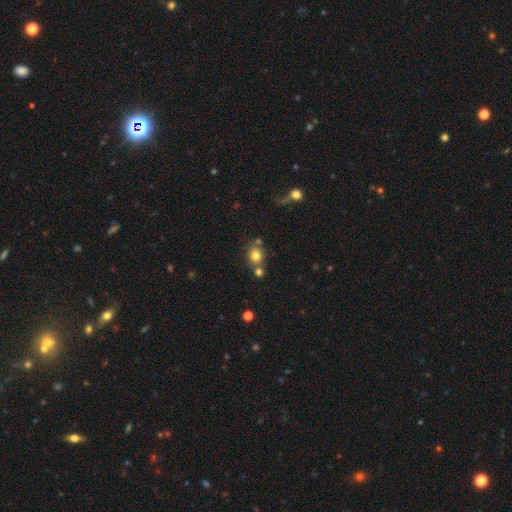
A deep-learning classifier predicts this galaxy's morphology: The model was most divided on "merging": none: 63%, merger: 23%, minor disturbance: 10%, major disturbance: 4%. More confident: how rounded — round (78%); smooth or featured — smooth (77%).